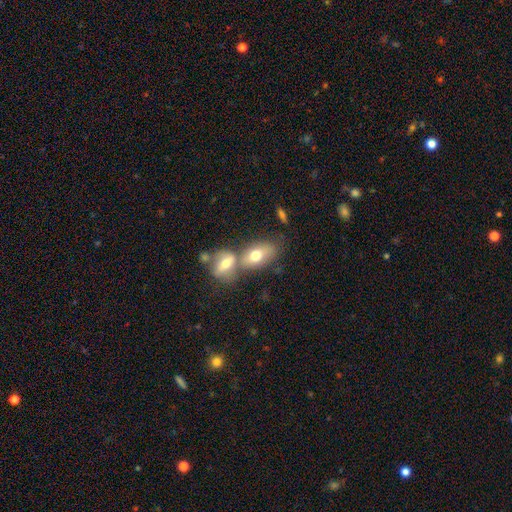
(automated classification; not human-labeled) This appears to be a smooth galaxy with no disk features (69%) that is in between round and cigar-shaped (87%). Merging: merger (51%).